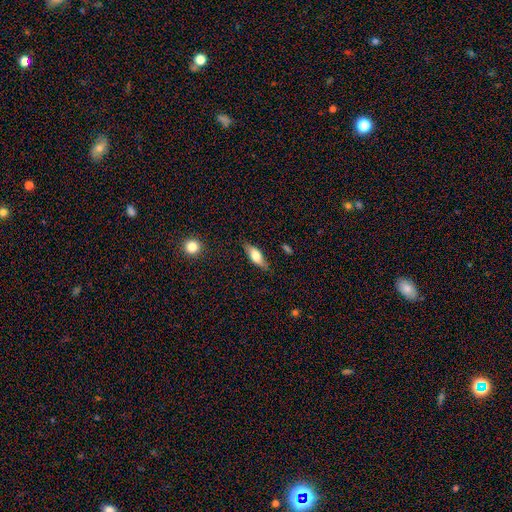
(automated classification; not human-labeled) Smooth or featured? smooth (60%)
How rounded? in between (62%)
Merging? none (77%)